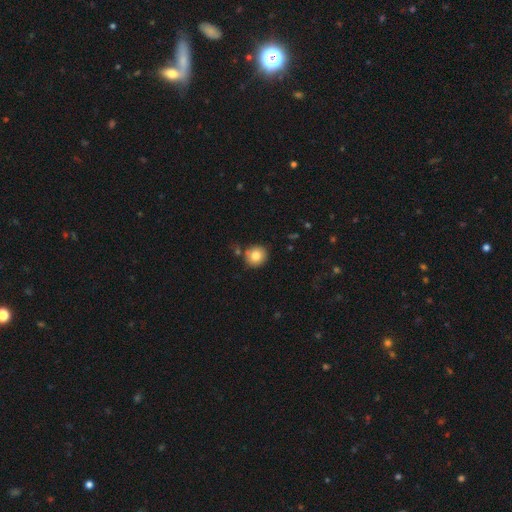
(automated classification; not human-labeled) smooth_or_featured: smooth (p=0.81) [alt: star or artifact p=0.10]
how_rounded: round (p=0.89) [alt: in between p=0.10]
merging: none (p=0.79) [alt: minor disturbance p=0.11]